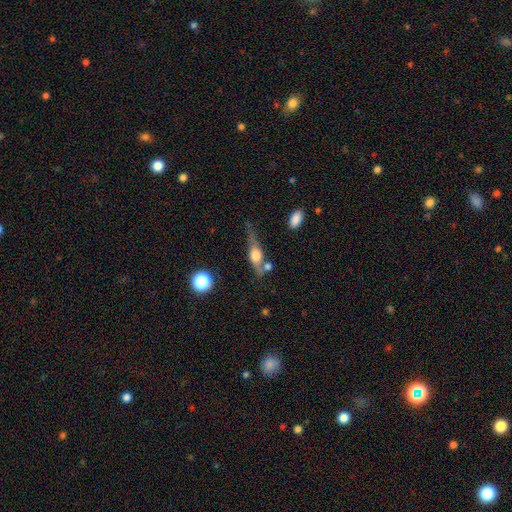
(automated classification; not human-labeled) smooth_or_featured: featured or disk (p=0.52) [alt: smooth p=0.40]
disk_edge_on: yes (p=0.82) [alt: no p=0.18]
merging: none (p=0.47) [alt: minor disturbance p=0.25]